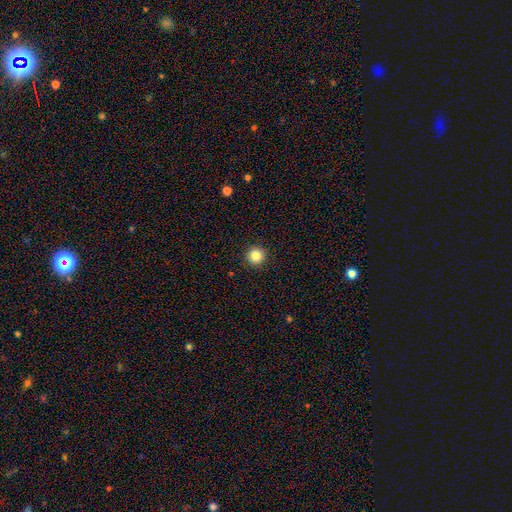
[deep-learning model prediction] This is clearly a smooth galaxy (84%). How rounded: clearly round (95%). Merging: clearly none (93%).